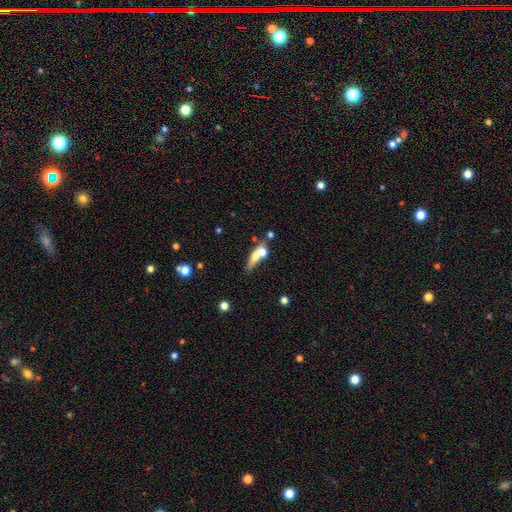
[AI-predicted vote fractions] Q: Smooth or featured?
A: smooth (54%); runner-up: featured or disk (35%)
Q: How rounded?
A: cigar-shaped (51%); runner-up: in between (34%)
Q: Merging?
A: merger (41%); runner-up: none (37%)